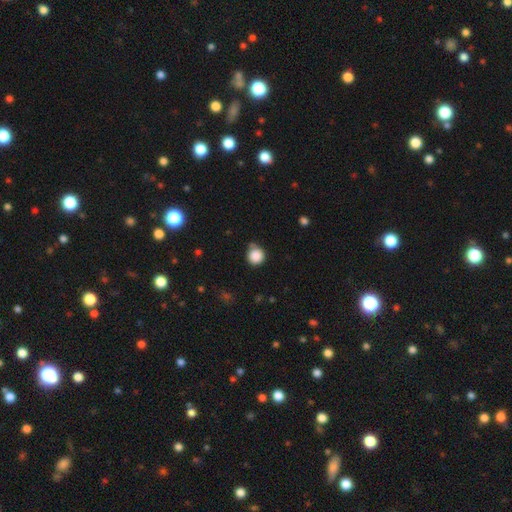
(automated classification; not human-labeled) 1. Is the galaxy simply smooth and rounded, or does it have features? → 87% smooth, 10% star or artifact, 4% featured or disk.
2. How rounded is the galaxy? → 92% round, 7% in between, 1% cigar-shaped.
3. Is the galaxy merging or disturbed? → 68% none, 21% minor disturbance, 5% merger, 5% major disturbance.